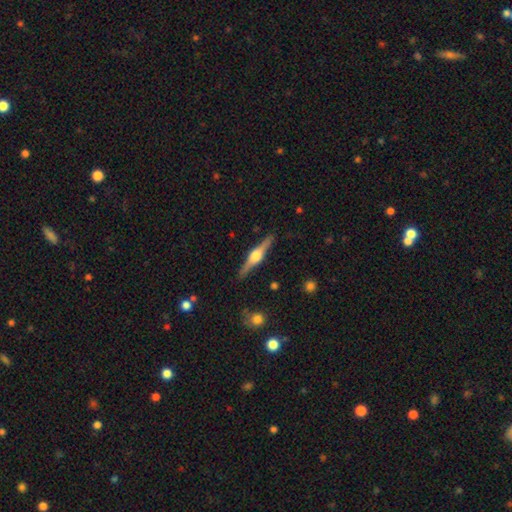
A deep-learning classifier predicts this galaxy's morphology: Smooth or featured: featured or disk — 79% (smooth — 16%)
Edge-on disk: yes — 98% (no — 2%)
Edge-on bulge: rounded — 93% (boxy — 5%)
Merging: none — 90% (minor disturbance — 7%)